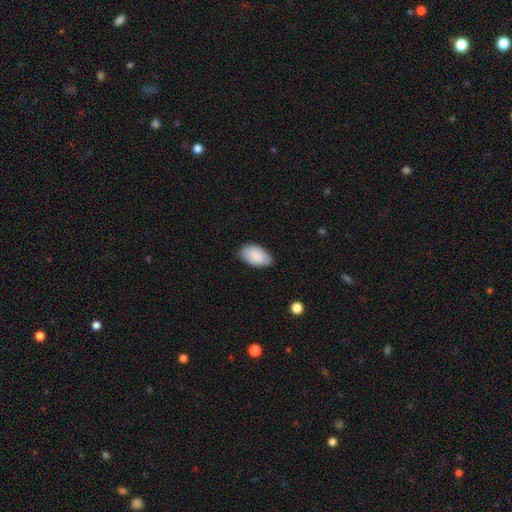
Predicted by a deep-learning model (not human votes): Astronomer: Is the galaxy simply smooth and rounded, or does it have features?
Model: smooth — 87%.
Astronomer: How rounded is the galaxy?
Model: in between — 95%.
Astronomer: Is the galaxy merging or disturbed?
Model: none — 80%.